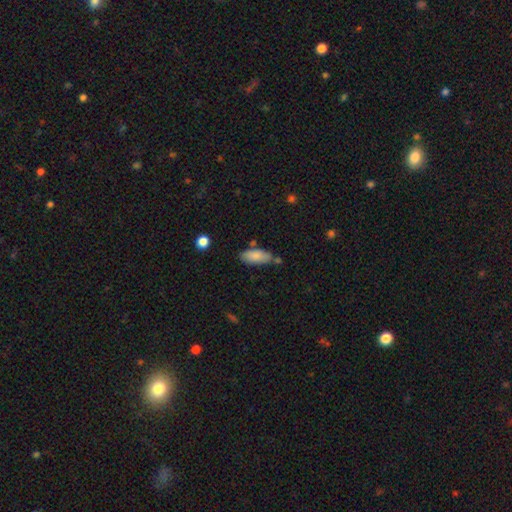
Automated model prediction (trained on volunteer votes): Smooth or featured?
  - smooth: 84% *
  - featured or disk: 10%
  - star or artifact: 6%
How rounded?
  - in between: 82% *
  - cigar-shaped: 16%
  - round: 2%
Merging?
  - none: 69% *
  - minor disturbance: 18%
  - merger: 9%
  - major disturbance: 4%